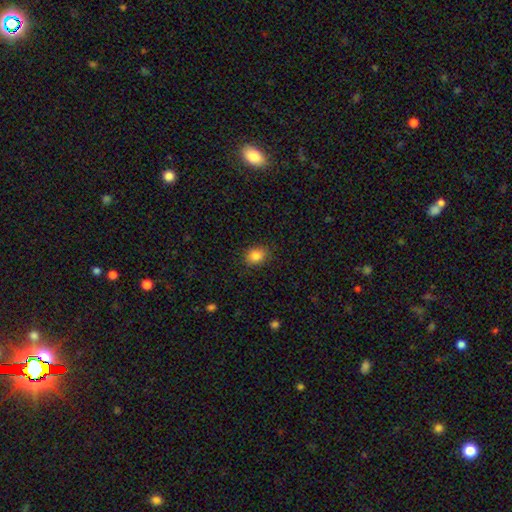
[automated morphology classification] smooth-or-featured: smooth: 85% | star or artifact: 10% | featured or disk: 5%
  how-rounded: round: 52% | in between: 47% | cigar-shaped: 1%
  merging: none: 85% | minor disturbance: 11% | major disturbance: 3% | merger: 1%